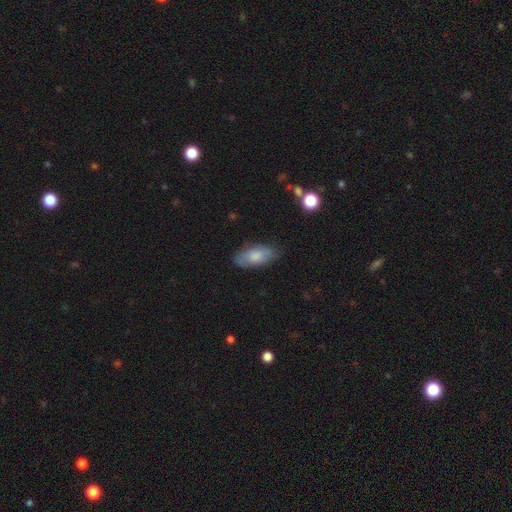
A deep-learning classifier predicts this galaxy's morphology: Smooth or featured? Predicted: smooth (p=0.71). How rounded? Predicted: in between (p=0.89). Merging? Predicted: none (p=0.73).